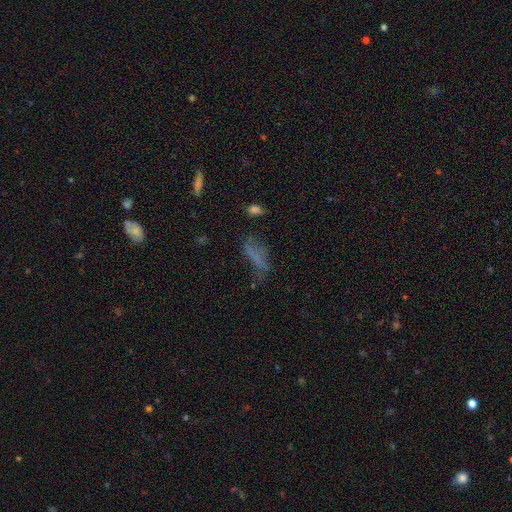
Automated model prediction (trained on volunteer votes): A smooth galaxy with no disk features (60%) that is in between round and cigar-shaped (54%).

Vote fractions:
- Smooth or featured? smooth: 60% / featured or disk: 22% / star or artifact: 18%
- How rounded? in between: 54% / cigar-shaped: 42% / round: 4%
- Merging? none: 42% / minor disturbance: 26% / major disturbance: 26% / merger: 6%